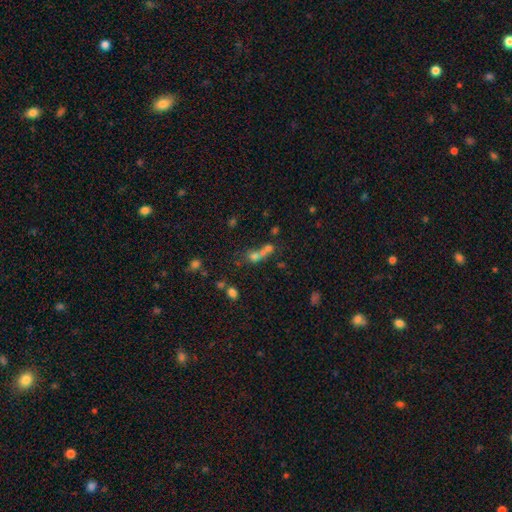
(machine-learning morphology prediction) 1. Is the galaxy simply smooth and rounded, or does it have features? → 54% smooth, 26% star or artifact, 20% featured or disk.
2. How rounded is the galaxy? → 66% round, 28% in between, 6% cigar-shaped.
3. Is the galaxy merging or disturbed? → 52% merger, 32% none, 8% major disturbance, 8% minor disturbance.